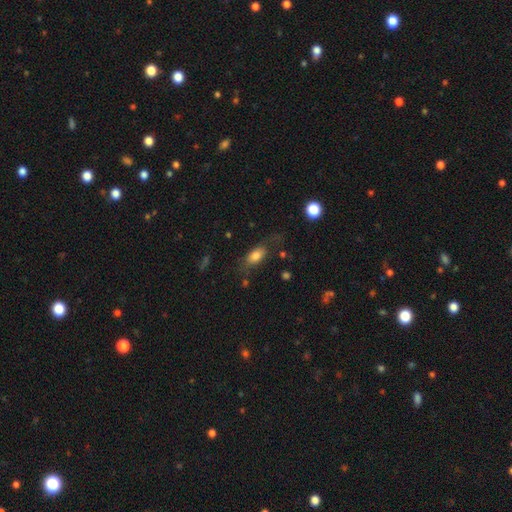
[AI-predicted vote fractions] A smooth galaxy with no disk features (76%) that is in between round and cigar-shaped (84%).

Vote fractions:
- Smooth or featured? smooth: 76% / featured or disk: 15% / star or artifact: 9%
- How rounded? in between: 84% / cigar-shaped: 10% / round: 6%
- Merging? none: 59% / minor disturbance: 23% / major disturbance: 15% / merger: 3%